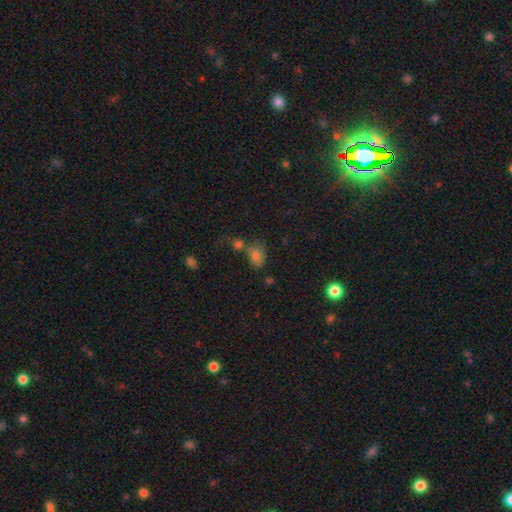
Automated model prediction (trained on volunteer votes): A smooth galaxy with no disk features (74%) that is in between round and cigar-shaped (75%).

Vote fractions:
- Smooth or featured? smooth: 74% / star or artifact: 15% / featured or disk: 11%
- How rounded? in between: 75% / round: 24% / cigar-shaped: 1%
- Merging? none: 43% / merger: 34% / minor disturbance: 15% / major disturbance: 8%